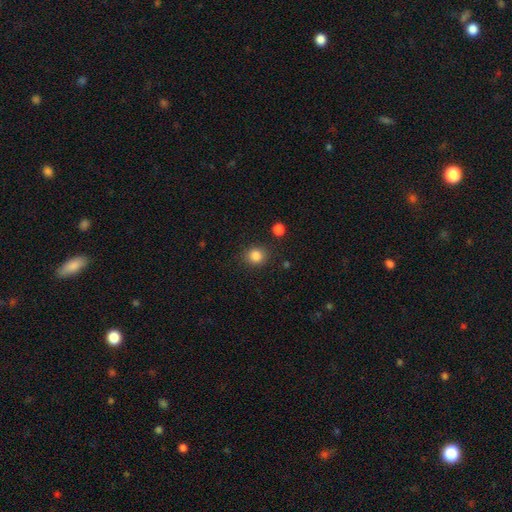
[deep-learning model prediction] This appears to be a smooth galaxy with no disk features (85%) that is round (82%). Merging: none (86%).